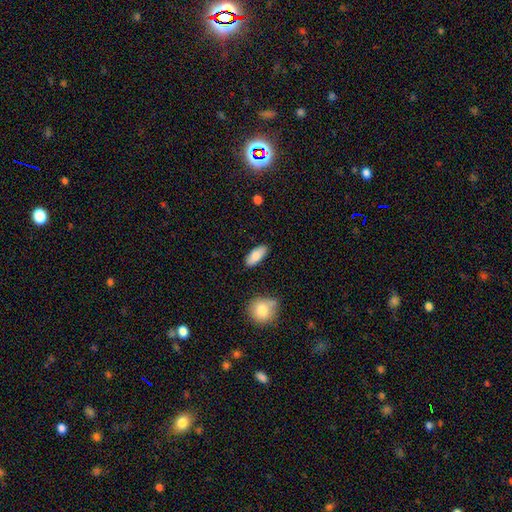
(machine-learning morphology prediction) Smooth or featured?
  - smooth: 84% *
  - featured or disk: 10%
  - star or artifact: 6%
How rounded?
  - in between: 84% *
  - cigar-shaped: 14%
  - round: 2%
Merging?
  - none: 84% *
  - minor disturbance: 11%
  - merger: 3%
  - major disturbance: 2%